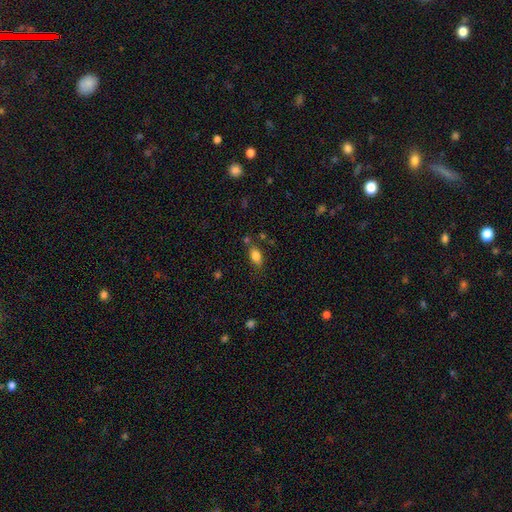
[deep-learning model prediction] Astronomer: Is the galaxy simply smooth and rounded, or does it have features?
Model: smooth — 82%.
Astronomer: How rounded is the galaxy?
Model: in between — 84%.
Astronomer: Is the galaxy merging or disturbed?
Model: none — 68%.